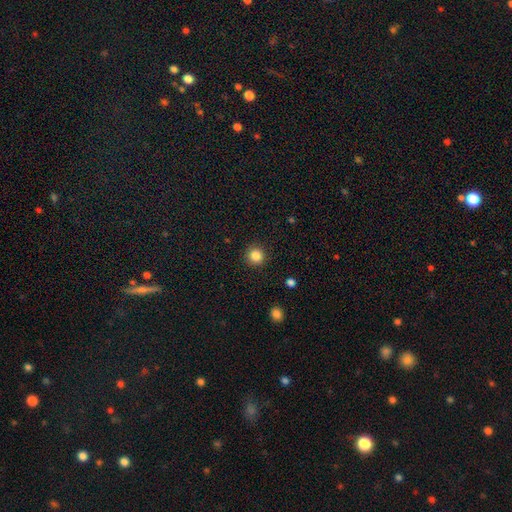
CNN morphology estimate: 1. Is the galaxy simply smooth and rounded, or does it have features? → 85% smooth, 11% star or artifact, 4% featured or disk.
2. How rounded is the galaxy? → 95% round, 5% in between, 1% cigar-shaped.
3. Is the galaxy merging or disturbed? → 91% none, 6% minor disturbance, 2% major disturbance, 1% merger.